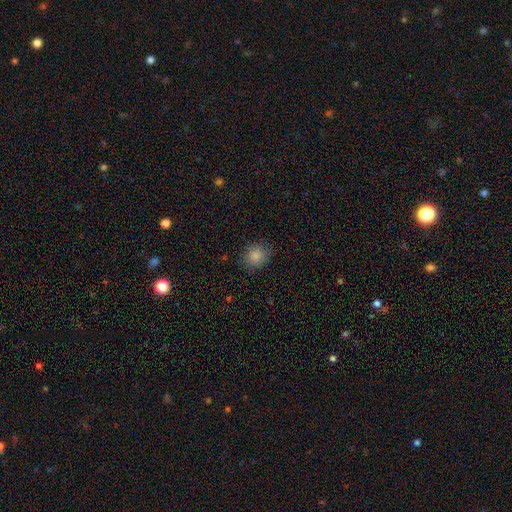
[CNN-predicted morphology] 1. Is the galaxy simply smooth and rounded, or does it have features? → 85% smooth, 11% star or artifact, 4% featured or disk.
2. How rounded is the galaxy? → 80% round, 19% in between, 1% cigar-shaped.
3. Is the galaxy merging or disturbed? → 85% none, 11% minor disturbance, 3% major disturbance, 1% merger.